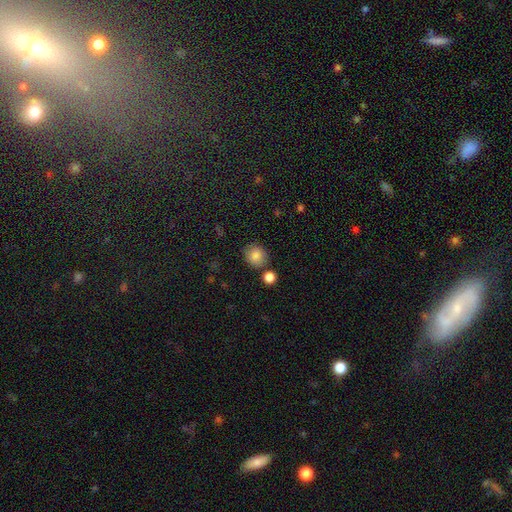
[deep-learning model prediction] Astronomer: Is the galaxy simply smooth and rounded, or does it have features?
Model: smooth — 85%.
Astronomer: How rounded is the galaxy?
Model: round — 82%.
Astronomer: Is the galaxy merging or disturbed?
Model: none — 79%.